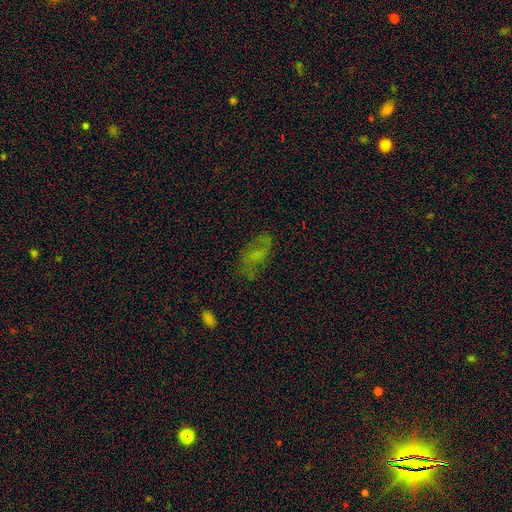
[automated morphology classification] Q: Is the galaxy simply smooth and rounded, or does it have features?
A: smooth — 45%.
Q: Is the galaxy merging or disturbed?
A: none — 60%.